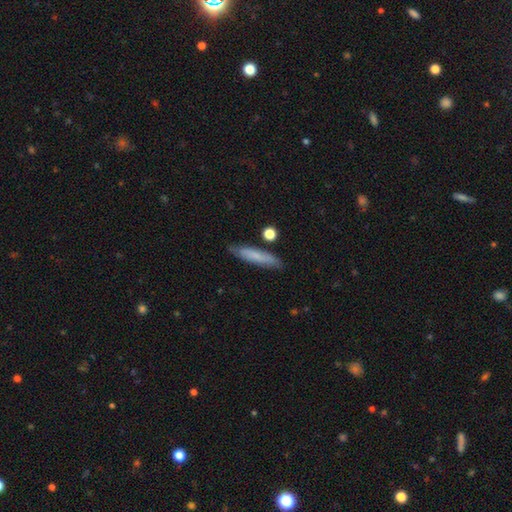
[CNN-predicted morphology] smooth-or-featured: smooth: 70% | featured or disk: 23% | star or artifact: 7%
  how-rounded: cigar-shaped: 85% | in between: 13% | round: 2%
  merging: none: 82% | minor disturbance: 12% | merger: 3% | major disturbance: 3%